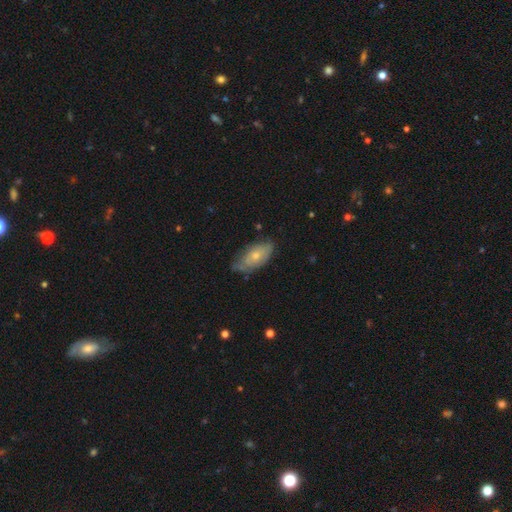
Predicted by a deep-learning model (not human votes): Smooth or featured? smooth (52%)
How rounded? in between (90%)
Merging? none (57%)